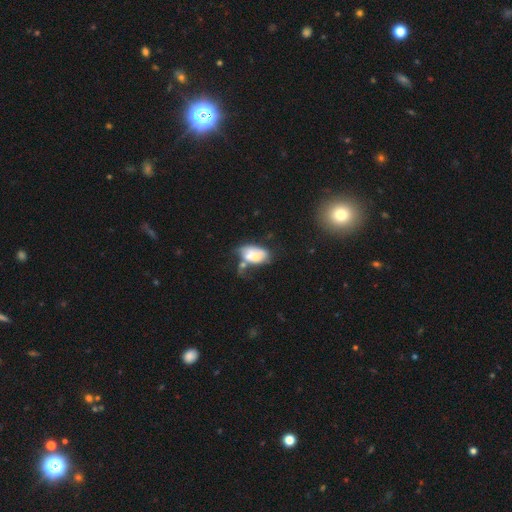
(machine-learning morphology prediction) smooth_or_featured: smooth (p=0.62) [alt: featured or disk p=0.29]
how_rounded: in between (p=0.92) [alt: round p=0.06]
merging: merger (p=0.29) [alt: minor disturbance p=0.24]